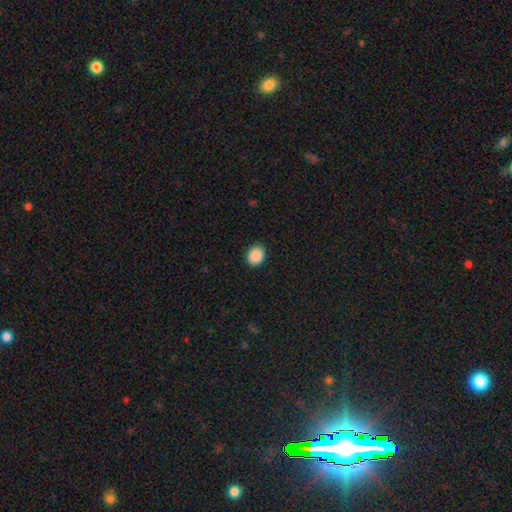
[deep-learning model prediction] smooth-or-featured: smooth: 90% | star or artifact: 8% | featured or disk: 2%
  how-rounded: round: 54% | in between: 45% | cigar-shaped: 1%
  merging: none: 89% | minor disturbance: 8% | major disturbance: 2% | merger: 1%